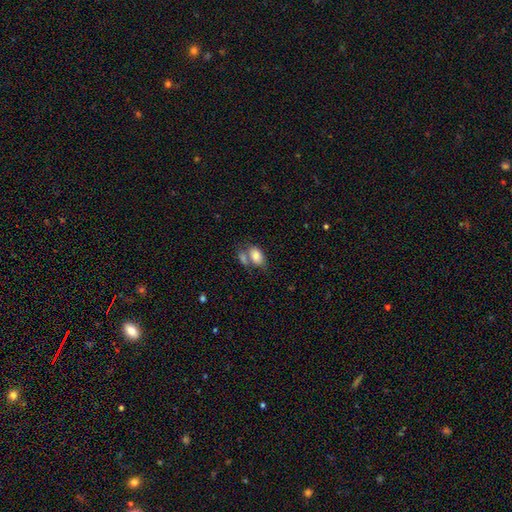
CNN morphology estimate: A smooth galaxy with no disk features (80%) that is in between round and cigar-shaped (90%). Merging: merger (44%).